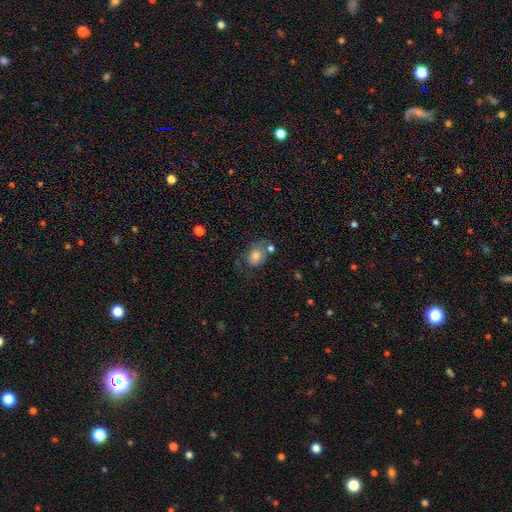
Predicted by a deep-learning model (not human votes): Smooth or featured: smooth — 73% (featured or disk — 17%)
How rounded: in between — 55% (round — 44%)
Merging: none — 48% (minor disturbance — 26%)